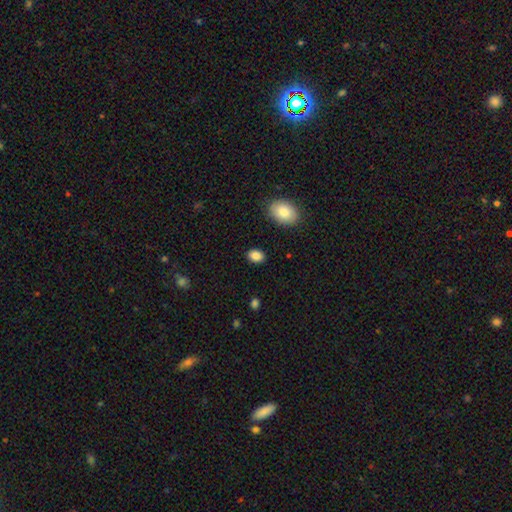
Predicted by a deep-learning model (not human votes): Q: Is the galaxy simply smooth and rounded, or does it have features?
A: smooth — 86%.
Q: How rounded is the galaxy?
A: in between — 74%.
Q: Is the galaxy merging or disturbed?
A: none — 88%.